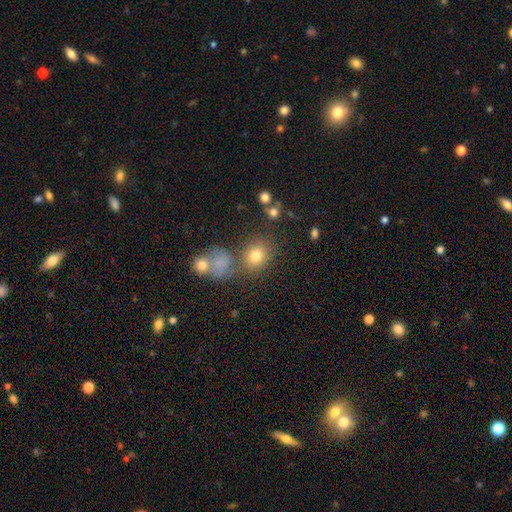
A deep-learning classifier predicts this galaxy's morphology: smooth_or_featured: smooth (p=0.76) [alt: star or artifact p=0.14]
how_rounded: round (p=0.72) [alt: in between p=0.27]
merging: none (p=0.66) [alt: merger p=0.17]